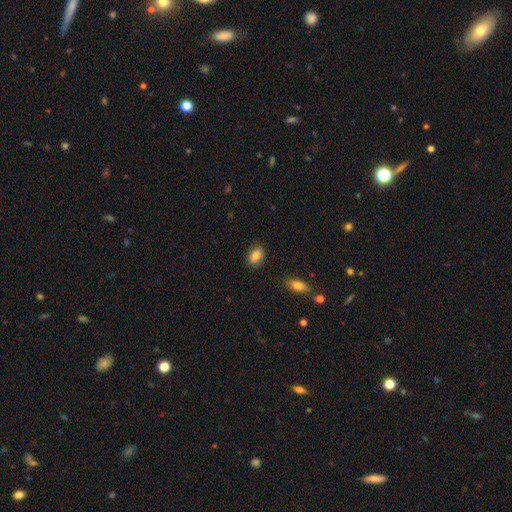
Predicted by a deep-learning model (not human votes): Smooth or featured?
  - smooth: 81% *
  - featured or disk: 11%
  - star or artifact: 8%
How rounded?
  - in between: 85% *
  - round: 11%
  - cigar-shaped: 4%
Merging?
  - none: 83% *
  - minor disturbance: 12%
  - major disturbance: 3%
  - merger: 2%